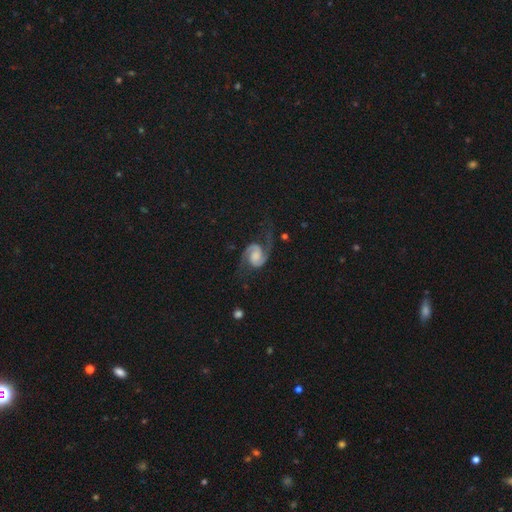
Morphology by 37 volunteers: smooth-or-featured: featured or disk: 86% | smooth: 11% | star or artifact: 3%
  disk-edge-on: no: 97% | yes: 3%
    bar: no: 65% | weak: 32% | strong: 3%
    has-spiral-arms: yes: 94% | no: 6%
      spiral-winding: medium: 48% | loose: 38% | tight: 14%
      spiral-arm-count: 2: 93% | 1: 7% | 3: 0% | 4: 0% | more than 4: 0% | can't tell: 0%
    bulge-size: large: 42% | none: 32% | moderate: 19% | small: 6% | dominant: 0%
  merging: none: 50% | minor disturbance: 28% | major disturbance: 19% | merger: 3%